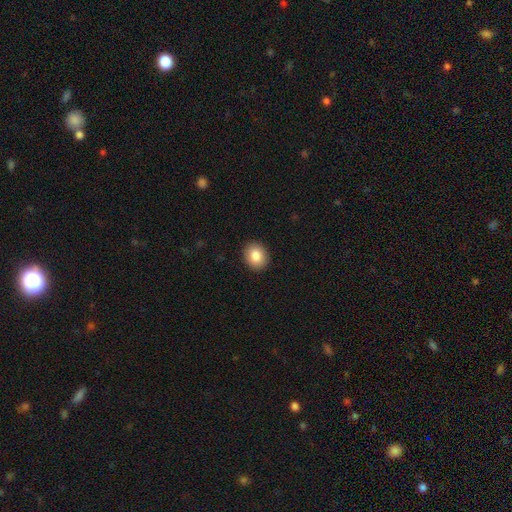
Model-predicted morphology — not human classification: type=smooth (85%); roundness=round (57%); merging=none (91%).